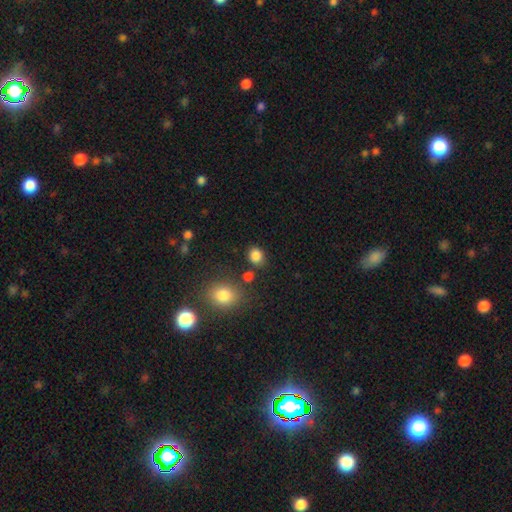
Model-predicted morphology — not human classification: The model was most divided on "how rounded": round: 62%, in between: 37%, cigar-shaped: 1%. More confident: smooth or featured — smooth (85%); merging — none (79%).